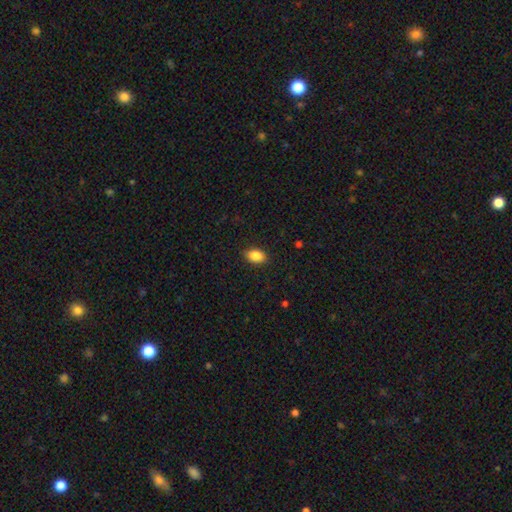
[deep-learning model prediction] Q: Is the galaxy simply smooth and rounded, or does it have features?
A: smooth — 87%.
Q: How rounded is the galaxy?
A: in between — 85%.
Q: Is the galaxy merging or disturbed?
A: none — 88%.